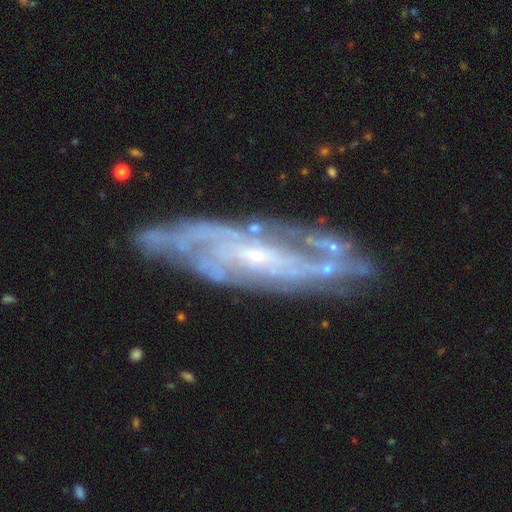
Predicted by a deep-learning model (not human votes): smooth_or_featured: featured or disk (p=0.86) [alt: smooth p=0.08]
disk_edge_on: no (p=0.82) [alt: yes p=0.18]
bar: no (p=0.53) [alt: weak p=0.34]
has_spiral_arms: yes (p=0.92) [alt: no p=0.08]
spiral_winding: tight (p=0.55) [alt: medium p=0.35]
spiral_arm_count: can't tell (p=0.40) [alt: 2 p=0.23]
bulge_size: small (p=0.75) [alt: moderate p=0.19]
merging: none (p=0.74) [alt: minor disturbance p=0.17]